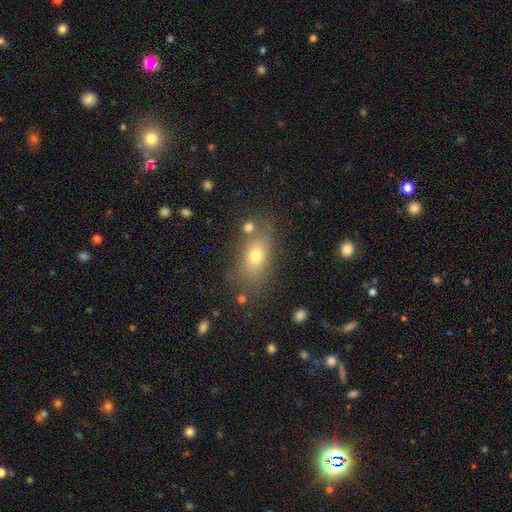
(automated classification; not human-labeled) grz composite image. It shows a smooth galaxy with no disk features (71%) that is in between round and cigar-shaped (78%). Merging: none (71%).